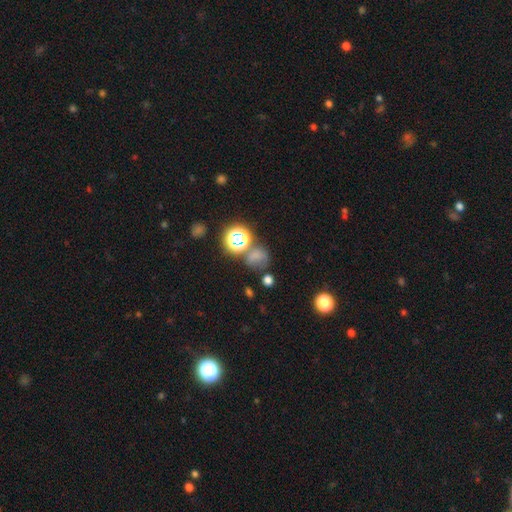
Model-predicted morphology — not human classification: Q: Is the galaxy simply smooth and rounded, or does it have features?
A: smooth — 57%.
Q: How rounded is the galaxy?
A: round — 71%.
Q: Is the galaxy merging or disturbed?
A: none — 54%.